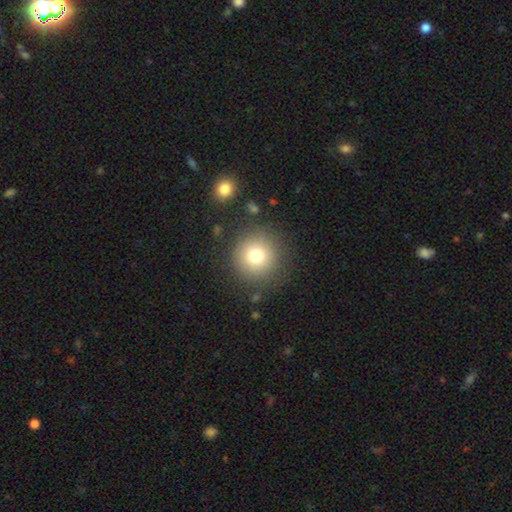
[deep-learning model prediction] Q: Smooth or featured?
A: smooth (78%); runner-up: star or artifact (12%)
Q: How rounded?
A: round (94%); runner-up: in between (5%)
Q: Merging?
A: none (85%); runner-up: minor disturbance (8%)